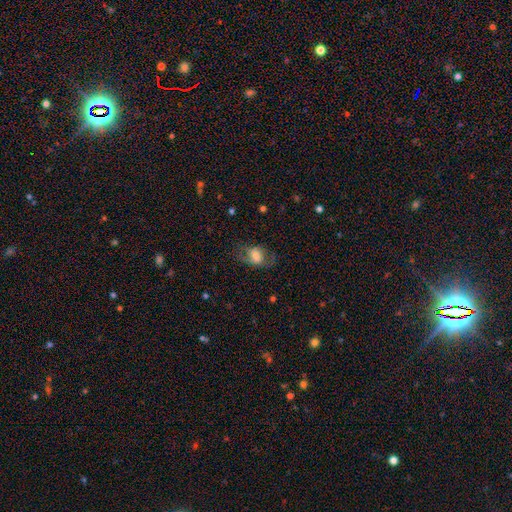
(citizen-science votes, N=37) smooth 57%, featured or disk 43%, star or artifact 0%. Down the decision tree: how rounded — round (52%); merging — none (59%).